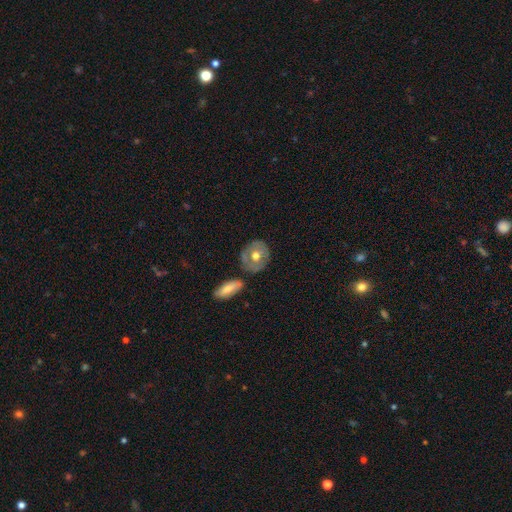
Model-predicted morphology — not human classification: A smooth galaxy with no disk features (52%) that is round (75%).

Vote fractions:
- Smooth or featured? smooth: 52% / featured or disk: 42% / star or artifact: 6%
- How rounded? round: 75% / in between: 24% / cigar-shaped: 2%
- Merging? none: 72% / minor disturbance: 15% / merger: 9% / major disturbance: 4%